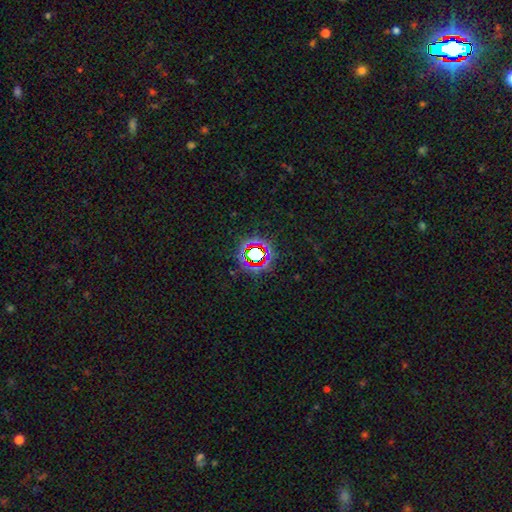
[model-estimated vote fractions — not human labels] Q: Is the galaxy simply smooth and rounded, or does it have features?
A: star or artifact — 70%.